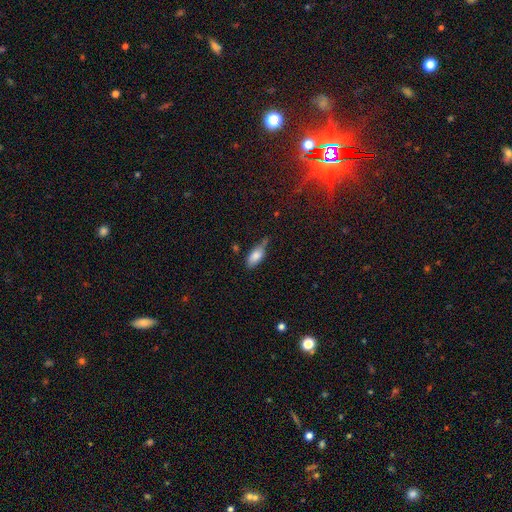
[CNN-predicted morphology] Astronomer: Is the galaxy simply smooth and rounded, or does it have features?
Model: smooth — 80%.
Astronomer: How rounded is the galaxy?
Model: in between — 82%.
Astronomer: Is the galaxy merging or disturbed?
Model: none — 47% (runner-up: minor disturbance, 38%).